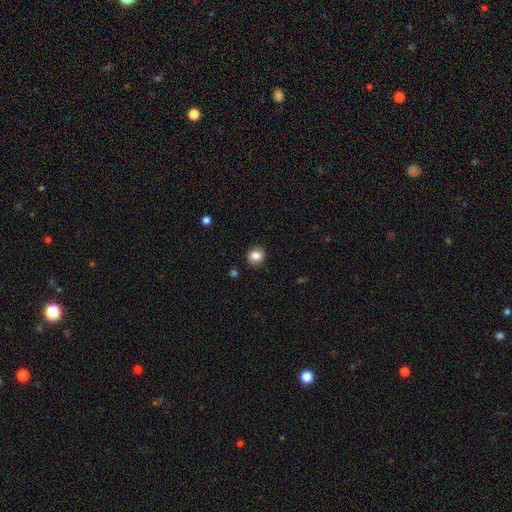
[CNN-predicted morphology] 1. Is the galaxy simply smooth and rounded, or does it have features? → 83% smooth, 9% star or artifact, 7% featured or disk.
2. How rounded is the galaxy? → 79% round, 20% in between, 1% cigar-shaped.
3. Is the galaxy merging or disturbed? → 89% none, 8% minor disturbance, 2% major disturbance, 1% merger.